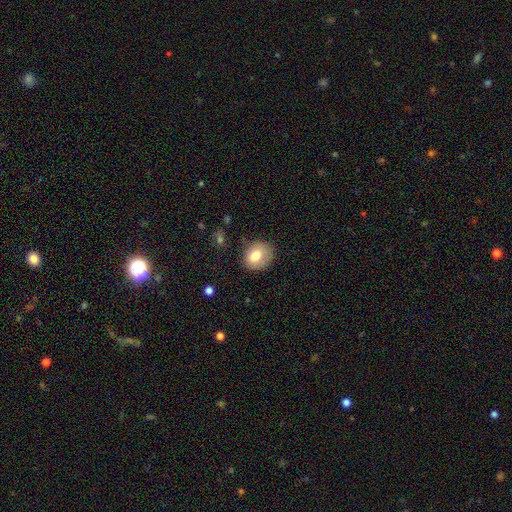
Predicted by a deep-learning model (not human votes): This is likely a smooth galaxy (77%). How rounded: likely round (63%). Merging: likely none (73%).